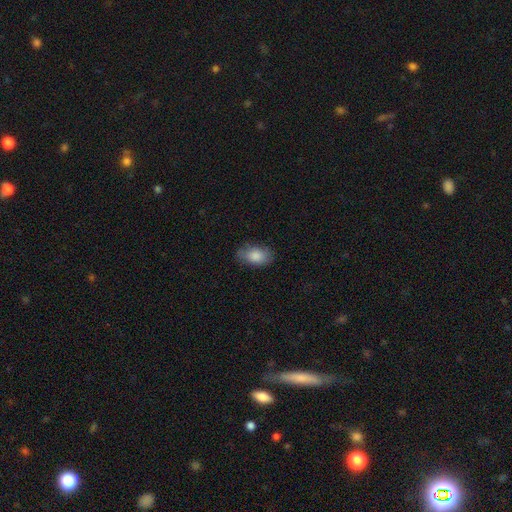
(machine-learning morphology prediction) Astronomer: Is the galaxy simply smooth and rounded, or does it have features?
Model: smooth — 84%.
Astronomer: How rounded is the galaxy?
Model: in between — 91%.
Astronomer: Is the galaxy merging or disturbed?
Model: none — 75%.